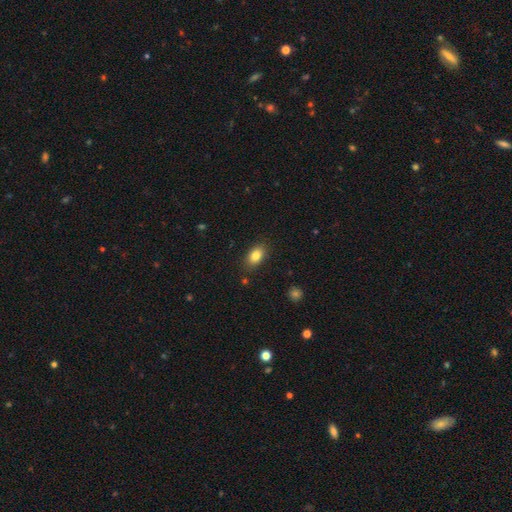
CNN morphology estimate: This is clearly a smooth galaxy (83%). How rounded: clearly in between (87%). Merging: clearly none (85%).